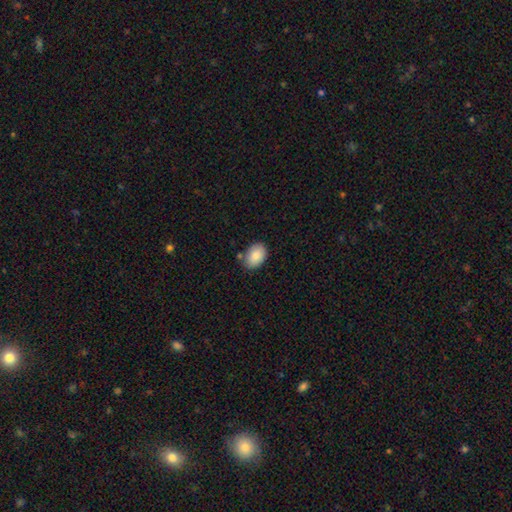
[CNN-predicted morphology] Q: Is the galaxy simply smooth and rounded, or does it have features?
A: smooth — 88%.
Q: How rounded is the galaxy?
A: in between — 84%.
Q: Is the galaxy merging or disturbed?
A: none — 77%.